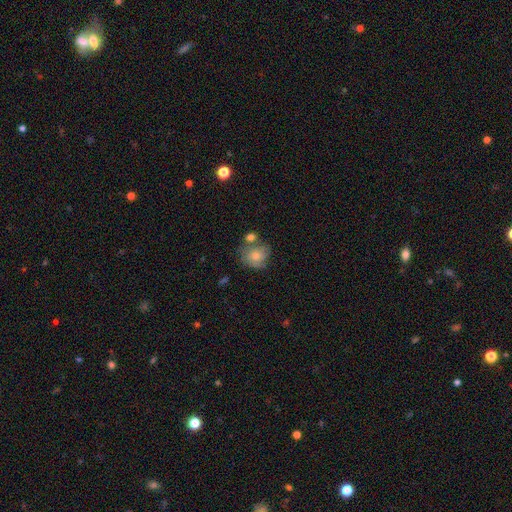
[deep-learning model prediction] Q: Smooth or featured?
A: smooth (57%); runner-up: featured or disk (31%)
Q: How rounded?
A: round (79%); runner-up: in between (20%)
Q: Merging?
A: none (61%); runner-up: minor disturbance (19%)